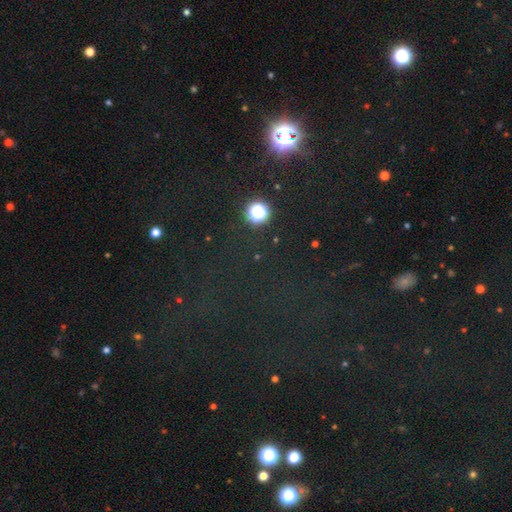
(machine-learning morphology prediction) The model was most divided on "smooth or featured": star or artifact: 69%, smooth: 21%, featured or disk: 9%.